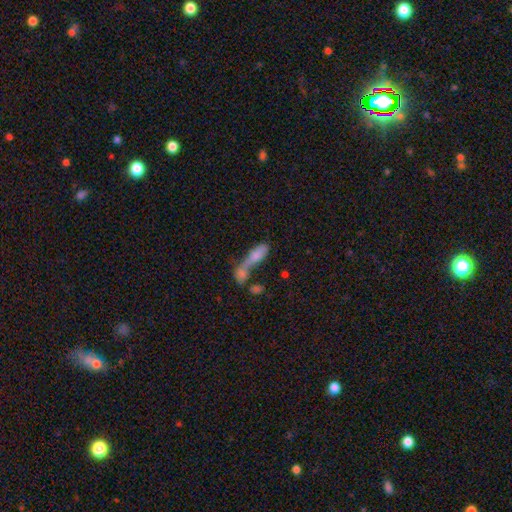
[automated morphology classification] A smooth galaxy with no disk features (70%) that is in between round and cigar-shaped (58%).

Vote fractions:
- Smooth or featured? smooth: 70% / featured or disk: 21% / star or artifact: 9%
- How rounded? in between: 58% / cigar-shaped: 38% / round: 4%
- Merging? merger: 68% / none: 15% / major disturbance: 10% / minor disturbance: 7%